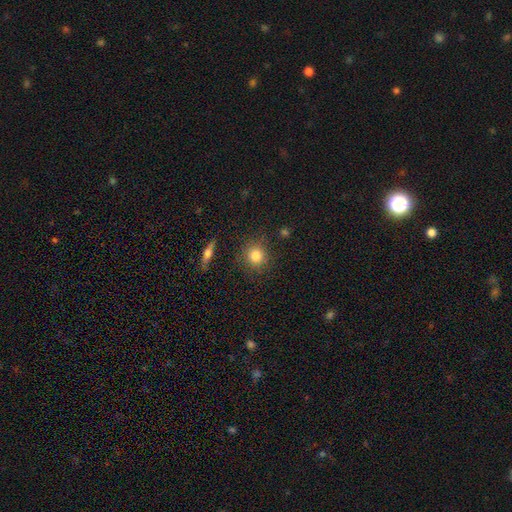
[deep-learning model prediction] Smooth or featured: smooth — 81% (star or artifact — 11%)
How rounded: round — 90% (in between — 8%)
Merging: none — 85% (minor disturbance — 10%)